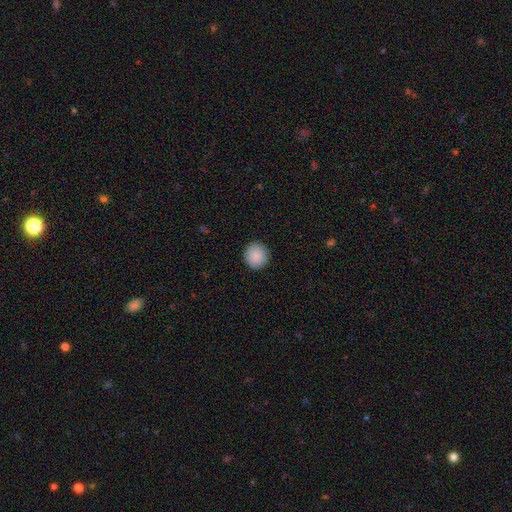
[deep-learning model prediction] smooth_or_featured: smooth (p=0.90) [alt: star or artifact p=0.07]
how_rounded: round (p=0.93) [alt: in between p=0.06]
merging: none (p=0.92) [alt: minor disturbance p=0.05]